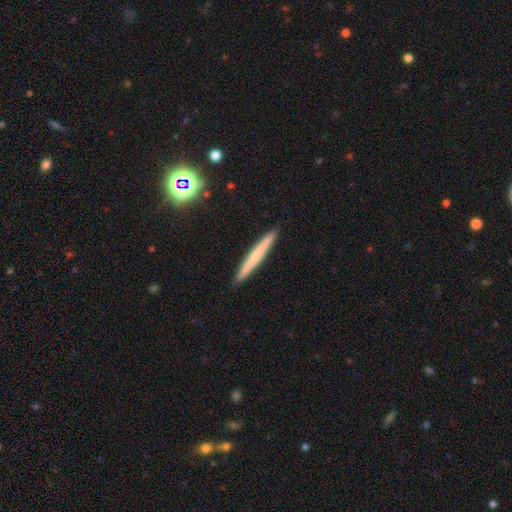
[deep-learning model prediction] Smooth or featured? Predicted: smooth (p=0.58). How rounded? Predicted: cigar-shaped (p=0.97). Merging? Predicted: none (p=0.92).